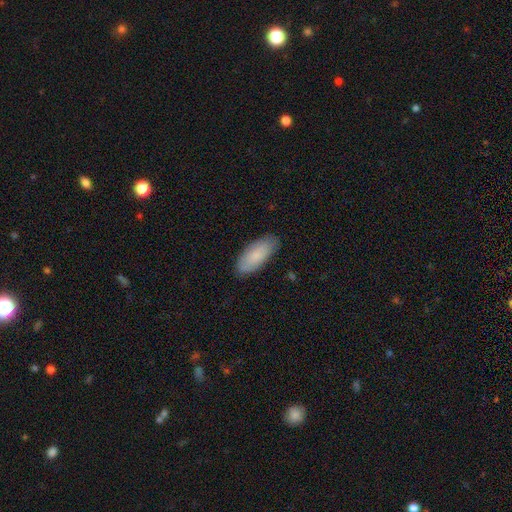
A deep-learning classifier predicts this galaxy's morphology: This appears to be a smooth galaxy with no disk features (83%) that is in between round and cigar-shaped (85%). Merging: none (84%).